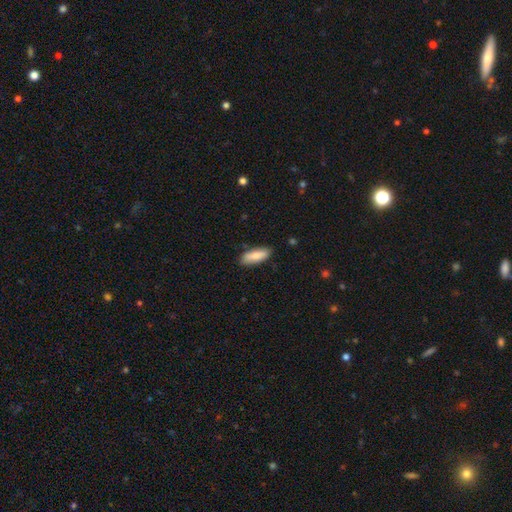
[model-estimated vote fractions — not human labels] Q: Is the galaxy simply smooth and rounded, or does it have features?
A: smooth — 80%.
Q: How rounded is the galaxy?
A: in between — 64%.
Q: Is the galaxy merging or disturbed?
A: none — 85%.